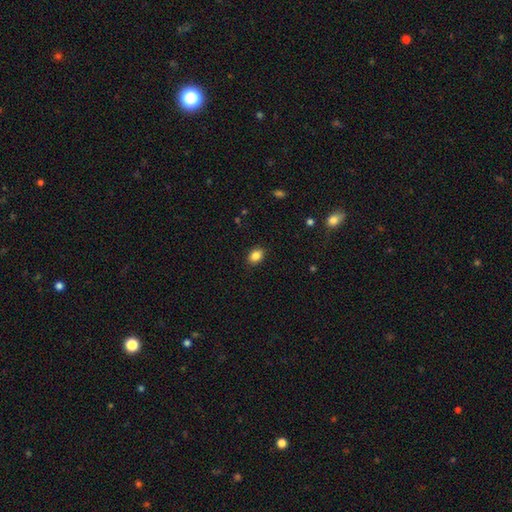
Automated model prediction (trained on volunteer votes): A smooth galaxy with no disk features (86%) that is in between round and cigar-shaped (74%). Merging: none (88%).